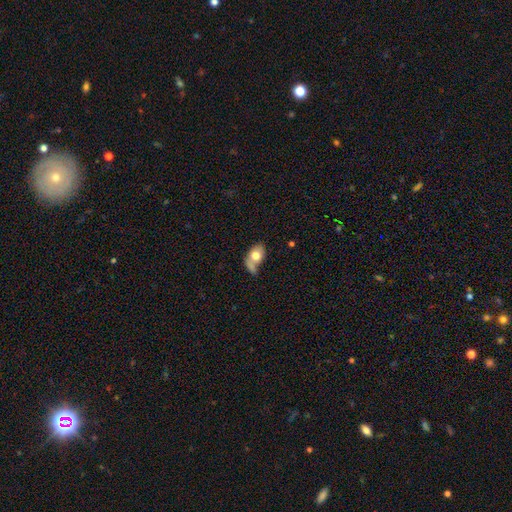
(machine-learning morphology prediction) Overall: smooth (70%). How rounded: in between (75%). Merging: merger (30%; none 28%).